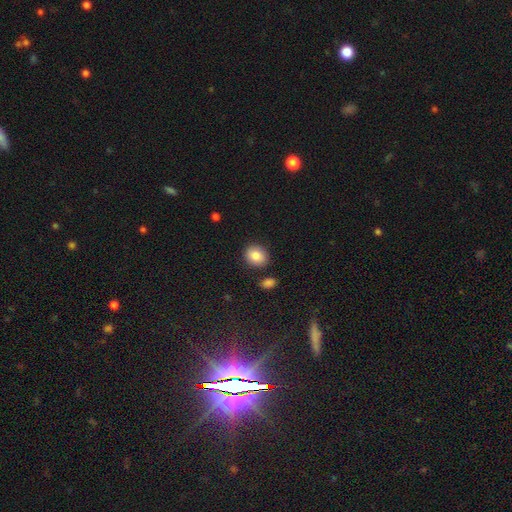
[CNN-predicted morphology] Smooth or featured? Predicted: smooth (p=0.85). How rounded? Predicted: round (p=0.66). Merging? Predicted: none (p=0.85).